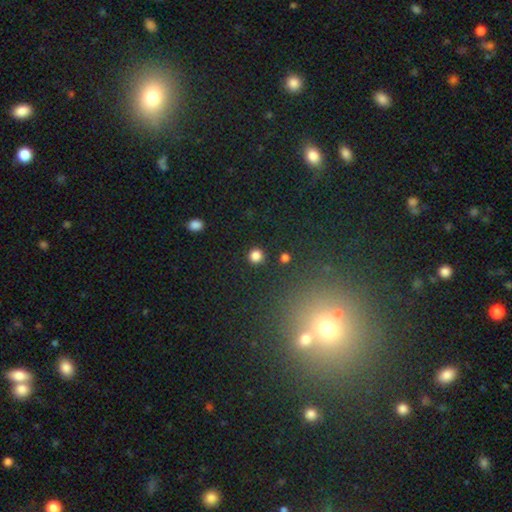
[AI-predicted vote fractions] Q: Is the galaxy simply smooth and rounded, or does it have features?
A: smooth — 83%.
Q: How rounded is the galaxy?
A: round — 92%.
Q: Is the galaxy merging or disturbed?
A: none — 92%.